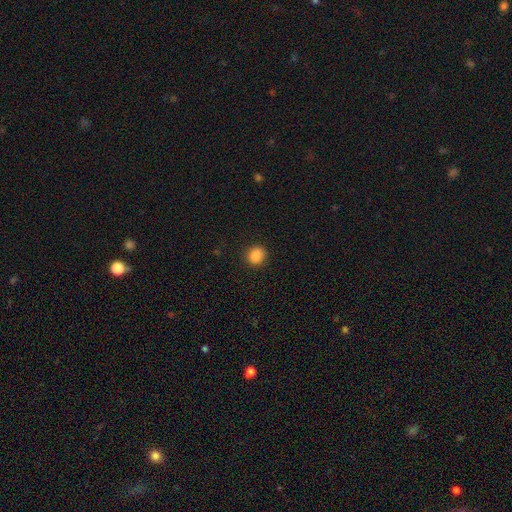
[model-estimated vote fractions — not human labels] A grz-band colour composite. It shows a smooth galaxy with no disk features (87%) that is round (81%). Merging: none (89%).